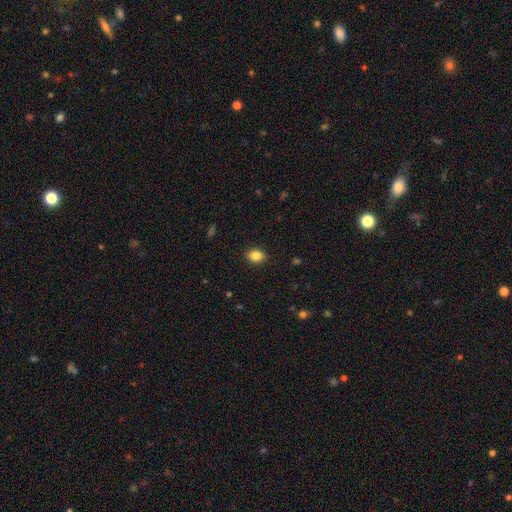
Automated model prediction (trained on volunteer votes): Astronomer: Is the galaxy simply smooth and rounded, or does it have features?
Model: smooth — 85%.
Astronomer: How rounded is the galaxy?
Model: in between — 52% (runner-up: round, 47%).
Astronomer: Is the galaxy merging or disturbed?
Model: none — 90%.